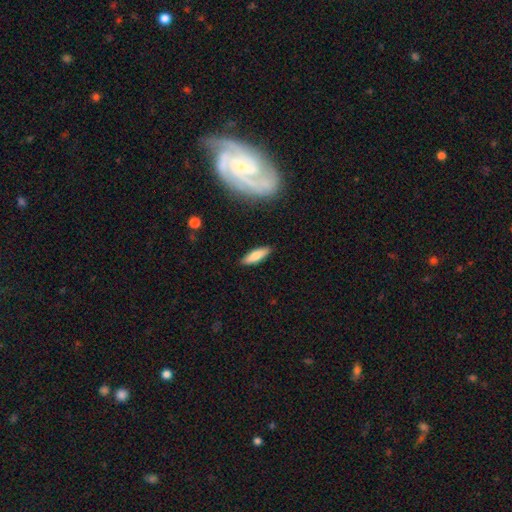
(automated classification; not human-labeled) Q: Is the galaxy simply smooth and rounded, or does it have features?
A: smooth — 80%.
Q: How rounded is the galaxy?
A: cigar-shaped — 52%.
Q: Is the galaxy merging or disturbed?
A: none — 88%.